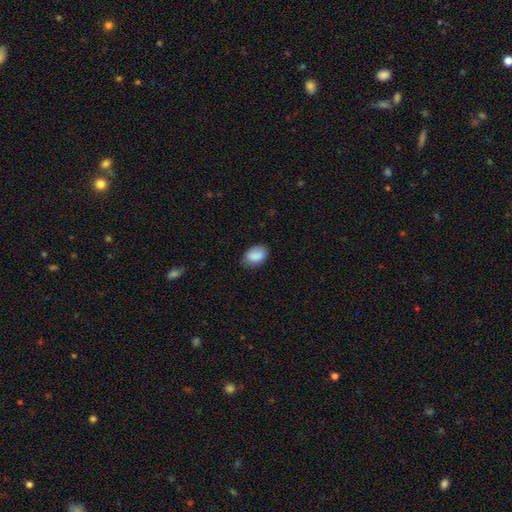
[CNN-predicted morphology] Smooth or featured? Predicted: smooth (p=0.87). How rounded? Predicted: in between (p=0.84). Merging? Predicted: none (p=0.71).